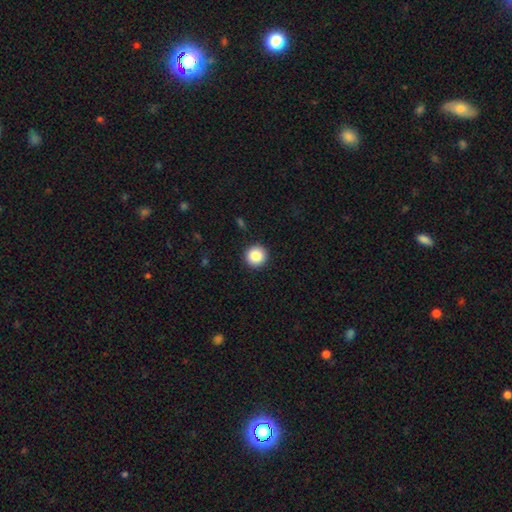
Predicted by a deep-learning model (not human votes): This appears to be a smooth galaxy with no disk features (85%) that is round (96%). Merging: none (93%).